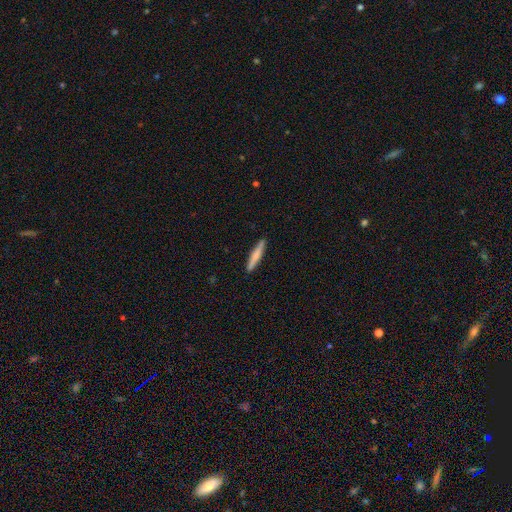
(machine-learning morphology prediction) smooth-or-featured: smooth: 69% | featured or disk: 26% | star or artifact: 5%
  how-rounded: cigar-shaped: 93% | in between: 6% | round: 1%
  merging: none: 91% | minor disturbance: 7% | major disturbance: 1% | merger: 1%